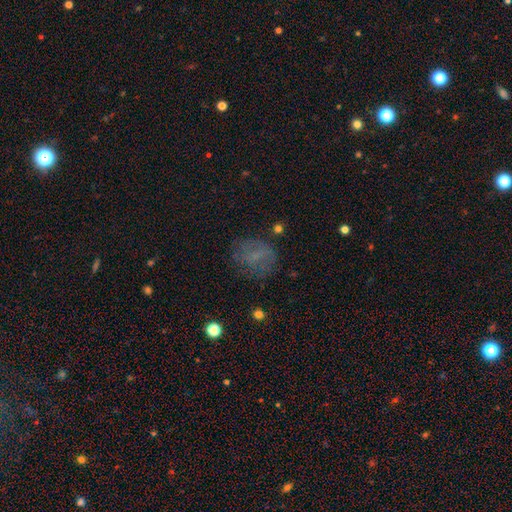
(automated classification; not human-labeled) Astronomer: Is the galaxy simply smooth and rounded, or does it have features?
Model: smooth — 52% (runner-up: featured or disk, 30%).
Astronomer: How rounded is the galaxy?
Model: round — 55% (runner-up: in between, 43%).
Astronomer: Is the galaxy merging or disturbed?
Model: none — 64%.